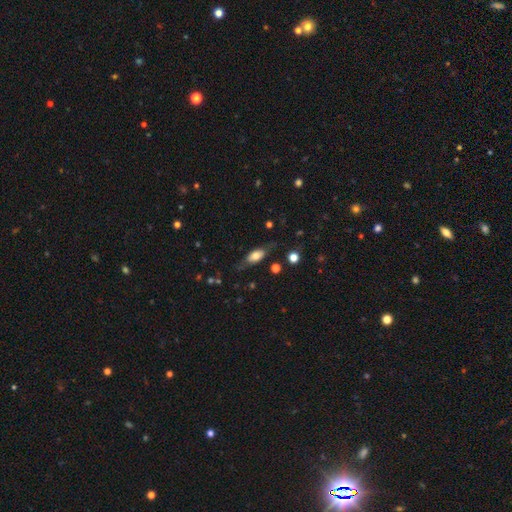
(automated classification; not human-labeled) Q: Smooth or featured?
A: smooth (61%); runner-up: featured or disk (31%)
Q: How rounded?
A: in between (77%); runner-up: cigar-shaped (17%)
Q: Merging?
A: none (67%); runner-up: minor disturbance (21%)